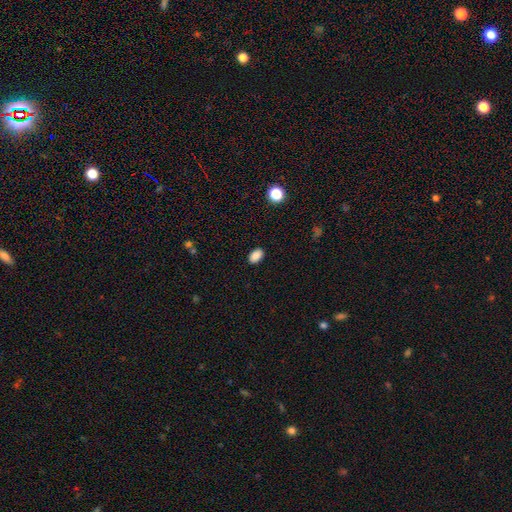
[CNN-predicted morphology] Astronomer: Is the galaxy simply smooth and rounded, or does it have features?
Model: smooth — 88%.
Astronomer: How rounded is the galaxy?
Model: in between — 89%.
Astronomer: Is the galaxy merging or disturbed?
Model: none — 89%.